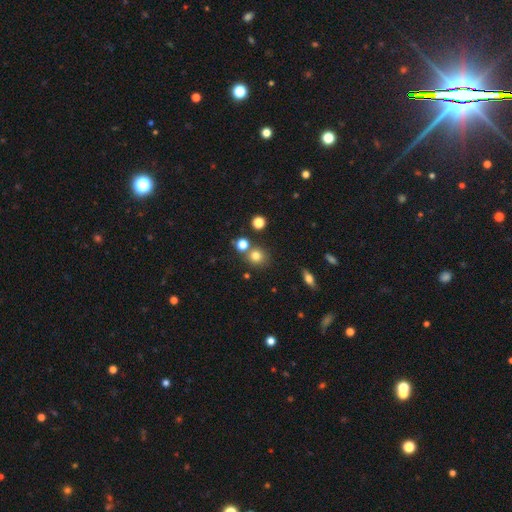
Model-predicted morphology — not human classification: This appears to be a smooth galaxy with no disk features (77%) that is round (87%). Merging: none (71%).